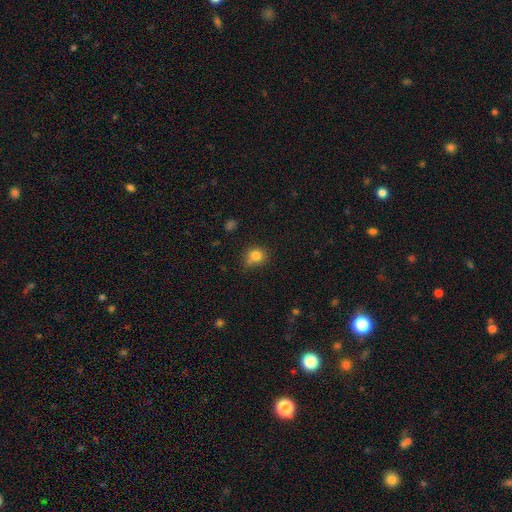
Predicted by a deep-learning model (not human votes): A smooth galaxy with no disk features (82%) that is round (77%). Merging: none (62%).